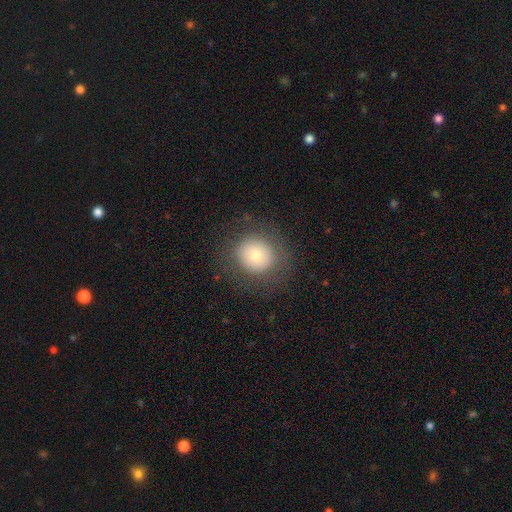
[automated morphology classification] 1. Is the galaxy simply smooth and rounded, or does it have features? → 70% smooth, 19% featured or disk, 11% star or artifact.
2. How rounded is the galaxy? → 88% round, 11% in between, 1% cigar-shaped.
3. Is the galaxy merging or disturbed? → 82% none, 10% minor disturbance, 7% major disturbance, 1% merger.